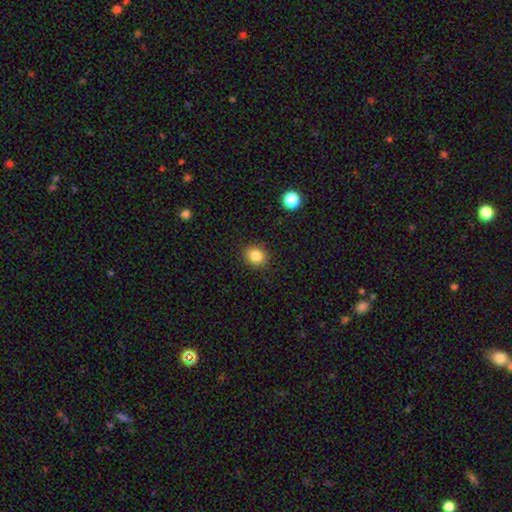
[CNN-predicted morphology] This appears to be a smooth galaxy with no disk features (85%) that is round (66%). Merging: none (89%).